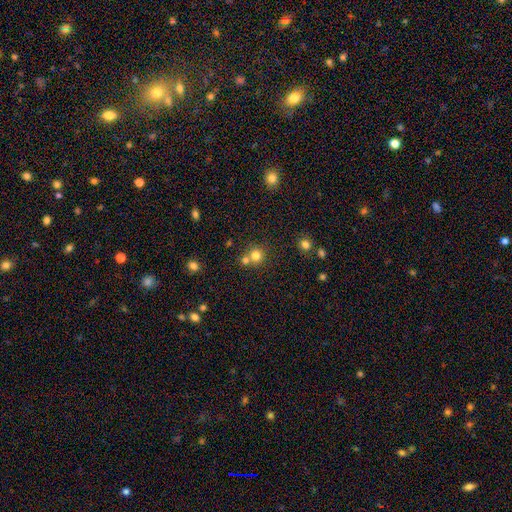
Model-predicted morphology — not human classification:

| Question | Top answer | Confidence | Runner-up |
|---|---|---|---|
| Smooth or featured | smooth | 77% | star or artifact (15%) |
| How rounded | round | 90% | in between (9%) |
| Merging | none | 59% | merger (32%) |